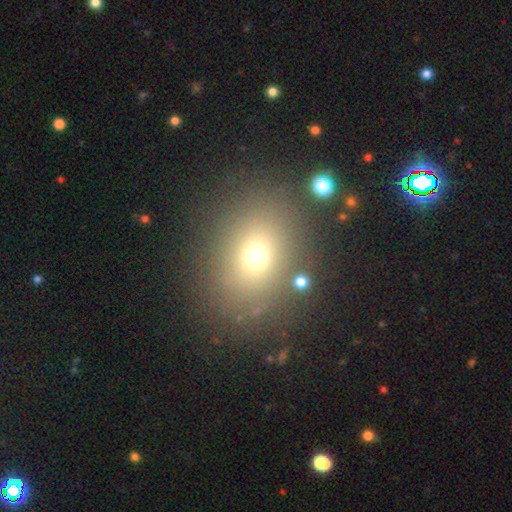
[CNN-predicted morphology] This appears to be a smooth galaxy with no disk features (67%) that is in between round and cigar-shaped (55%). Merging: none (83%).